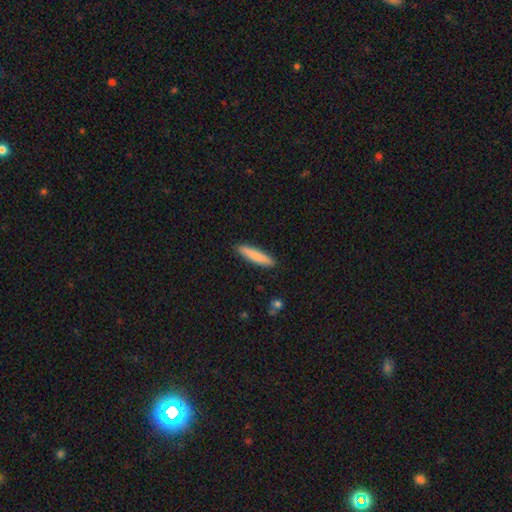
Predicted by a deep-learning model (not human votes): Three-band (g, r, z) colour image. It shows a smooth galaxy with no disk features (83%) that is cigar-shaped (87%). Merging: none (90%).